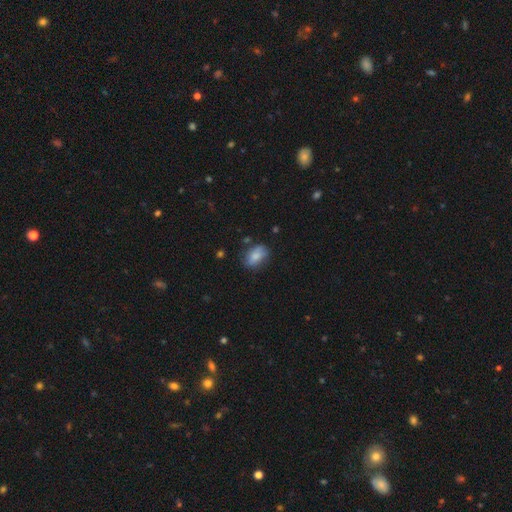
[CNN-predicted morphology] This is likely a smooth galaxy (78%). How rounded: clearly in between (86%). Merging: likely none (66%).